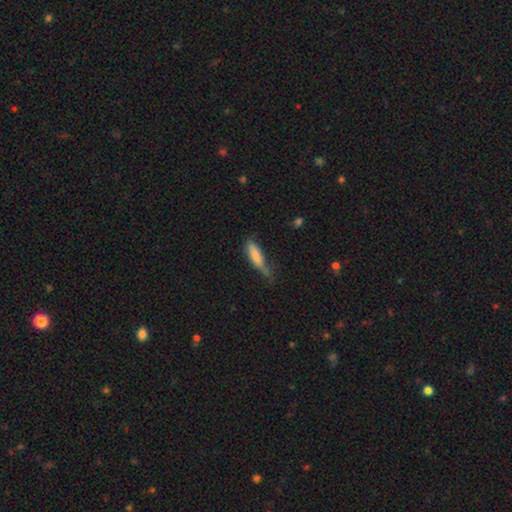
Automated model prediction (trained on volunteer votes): Smooth or featured?
  - smooth: 78% *
  - featured or disk: 15%
  - star or artifact: 6%
How rounded?
  - cigar-shaped: 58% *
  - in between: 40%
  - round: 2%
Merging?
  - minor disturbance: 43% *
  - none: 37%
  - major disturbance: 17%
  - merger: 3%